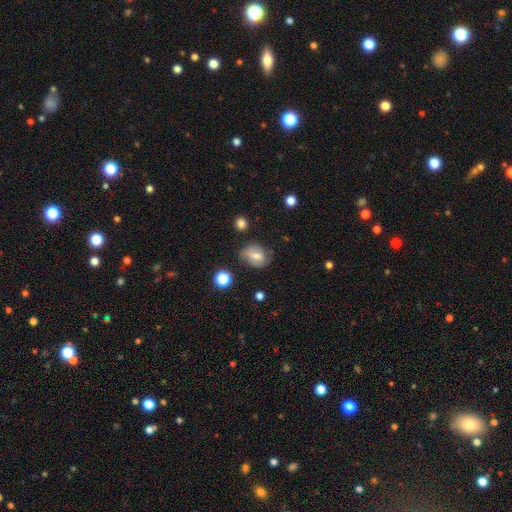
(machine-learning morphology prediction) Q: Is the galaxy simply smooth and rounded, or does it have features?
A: smooth — 57%.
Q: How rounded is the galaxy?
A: in between — 57%.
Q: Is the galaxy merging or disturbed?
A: none — 62%.